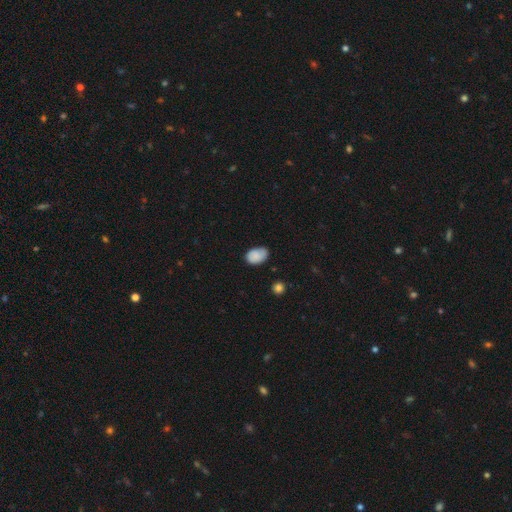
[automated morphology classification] Q: Smooth or featured?
A: smooth (82%); runner-up: featured or disk (10%)
Q: How rounded?
A: in between (85%); runner-up: round (13%)
Q: Merging?
A: none (68%); runner-up: minor disturbance (26%)